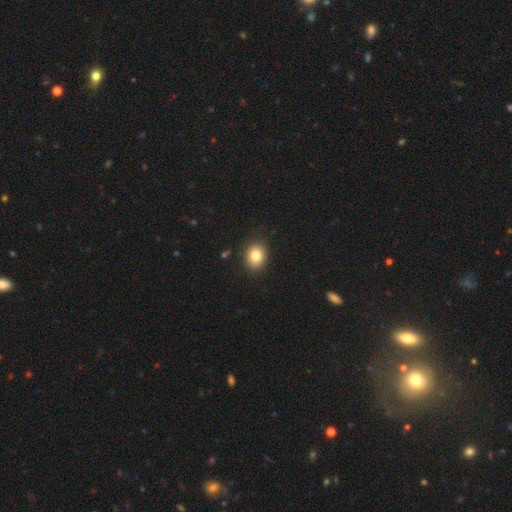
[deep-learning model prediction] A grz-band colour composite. It shows a smooth galaxy with no disk features (82%) that is round (55%). Merging: none (86%).